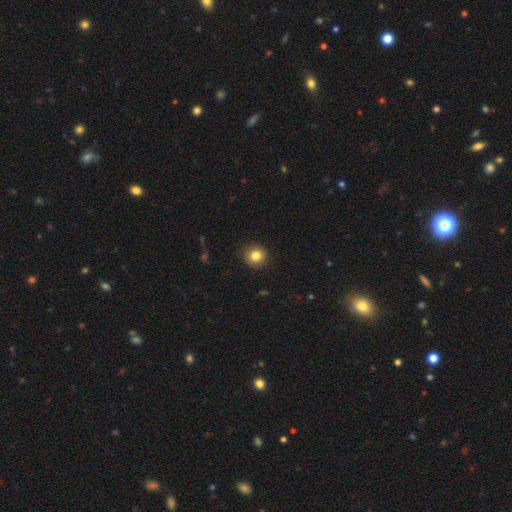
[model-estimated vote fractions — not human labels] Overall: smooth (83%). How rounded: round (87%). Merging: none (90%).